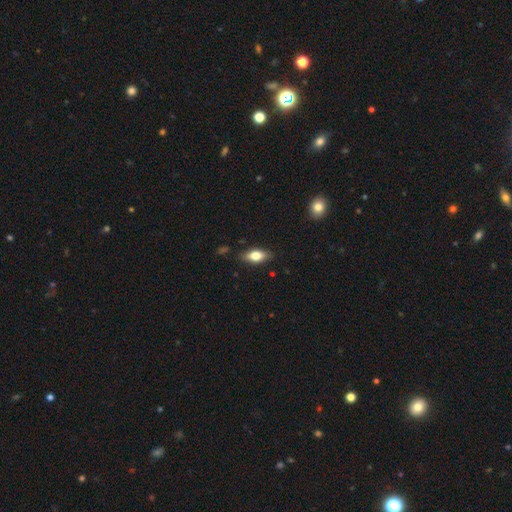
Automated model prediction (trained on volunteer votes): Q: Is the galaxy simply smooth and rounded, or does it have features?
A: smooth — 71%.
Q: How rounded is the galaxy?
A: in between — 82%.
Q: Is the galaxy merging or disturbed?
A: none — 83%.